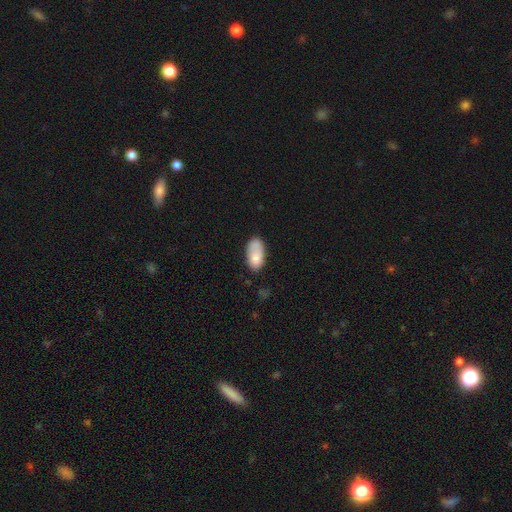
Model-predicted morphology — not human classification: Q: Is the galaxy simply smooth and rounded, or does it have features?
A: smooth — 81%.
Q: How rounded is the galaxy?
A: in between — 93%.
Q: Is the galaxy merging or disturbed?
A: none — 56%.